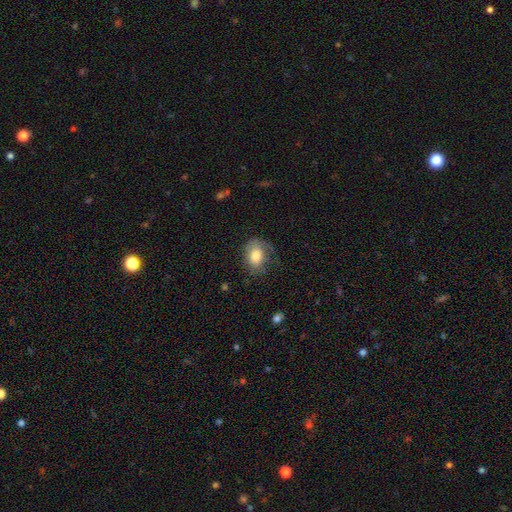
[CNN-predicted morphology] smooth-or-featured: smooth: 76% | featured or disk: 16% | star or artifact: 8%
  how-rounded: in between: 66% | round: 33% | cigar-shaped: 1%
  merging: none: 55% | minor disturbance: 27% | major disturbance: 16% | merger: 2%